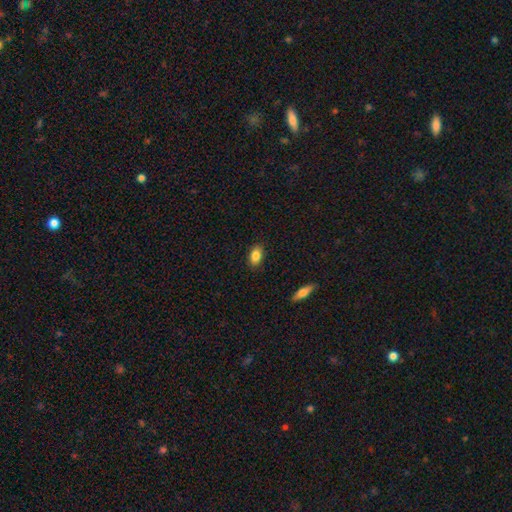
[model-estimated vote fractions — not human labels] smooth_or_featured: smooth (p=0.84) [alt: featured or disk p=0.08]
how_rounded: in between (p=0.88) [alt: round p=0.09]
merging: none (p=0.87) [alt: minor disturbance p=0.10]